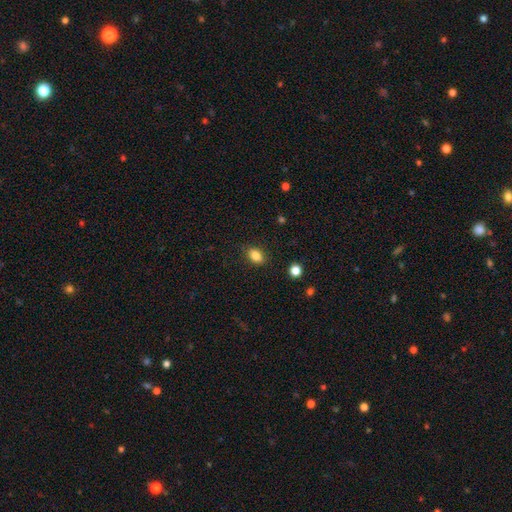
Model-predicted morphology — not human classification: The model was most divided on "how rounded": in between: 76%, round: 23%, cigar-shaped: 2%. More confident: merging — none (85%); smooth or featured — smooth (85%).